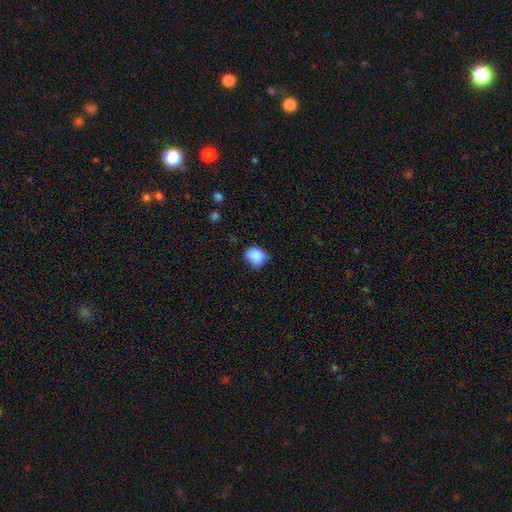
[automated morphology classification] A smooth galaxy with no disk features (87%) that is round (52%).

Vote fractions:
- Smooth or featured? smooth: 87% / star or artifact: 9% / featured or disk: 4%
- How rounded? round: 52% / in between: 47% / cigar-shaped: 1%
- Merging? none: 62% / minor disturbance: 30% / major disturbance: 6% / merger: 2%